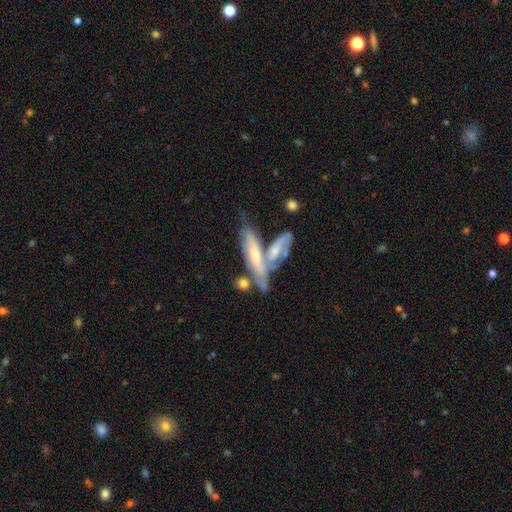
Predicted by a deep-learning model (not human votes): Smooth or featured? featured or disk (57%)
Edge-on disk? yes (50%, tied with no)
Merging? merger (48%)